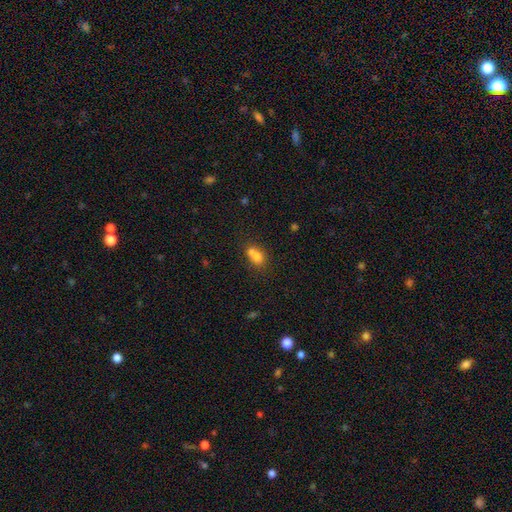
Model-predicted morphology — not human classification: smooth 71%, featured or disk 17%, star or artifact 12%. Down the decision tree: how rounded — round (53%); merging — merger (61%).